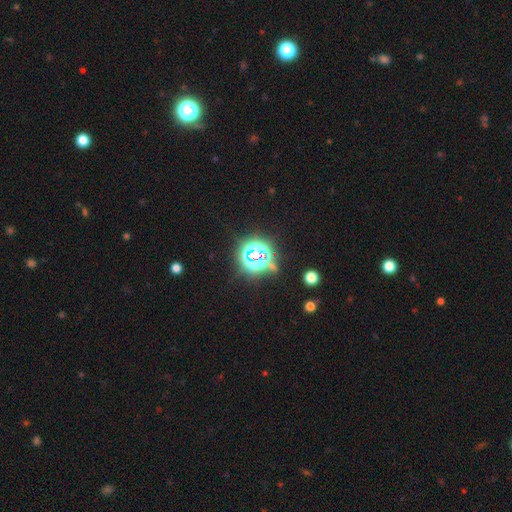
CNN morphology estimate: A star or artifact, not a galaxy (76%).